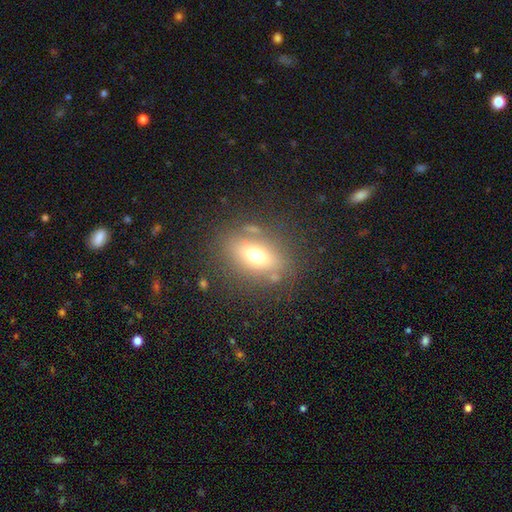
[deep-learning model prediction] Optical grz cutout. It shows a smooth galaxy with no disk features (64%) that is in between round and cigar-shaped (72%). Merging: none (76%).